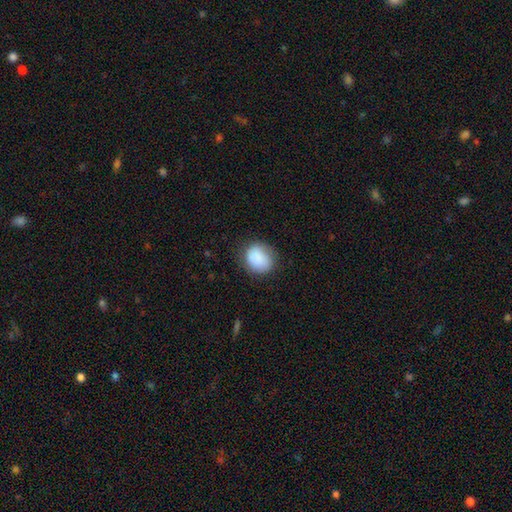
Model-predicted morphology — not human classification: Overall: smooth (86%). How rounded: round (63%; in between 36%). Merging: none (76%).